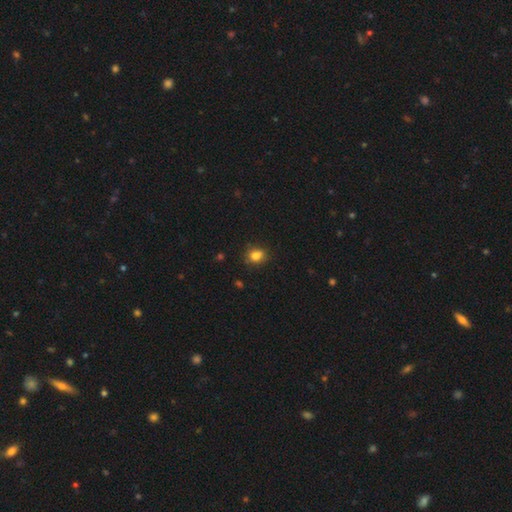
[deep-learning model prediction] This appears to be a smooth galaxy with no disk features (82%) that is round (60%). Merging: none (78%).